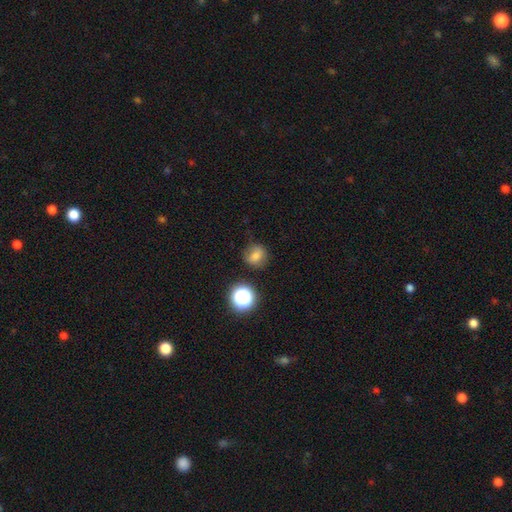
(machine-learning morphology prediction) A smooth galaxy with no disk features (74%) that is round (79%).

Vote fractions:
- Smooth or featured? smooth: 74% / star or artifact: 15% / featured or disk: 11%
- How rounded? round: 79% / in between: 19% / cigar-shaped: 1%
- Merging? none: 74% / minor disturbance: 18% / major disturbance: 6% / merger: 3%